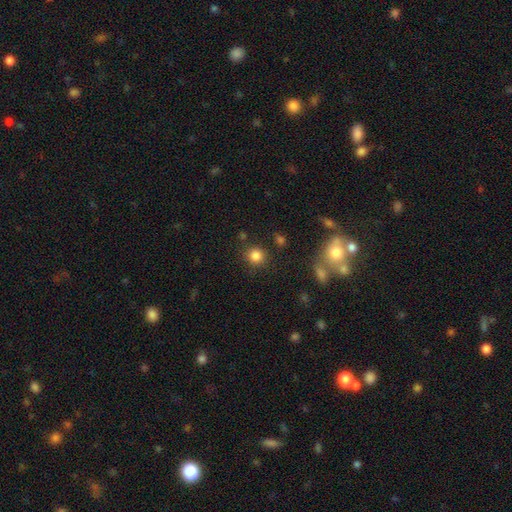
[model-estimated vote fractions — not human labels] Smooth or featured? Predicted: smooth (p=0.83). How rounded? Predicted: round (p=0.88). Merging? Predicted: none (p=0.84).